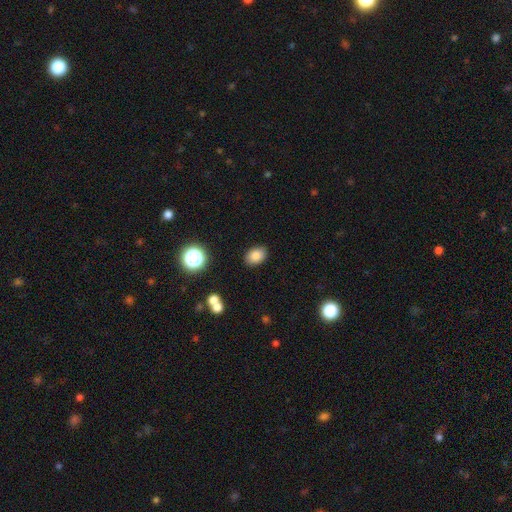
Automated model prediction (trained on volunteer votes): Morphology: type=smooth (84%); roundness=in between (76%); merging=none (87%).